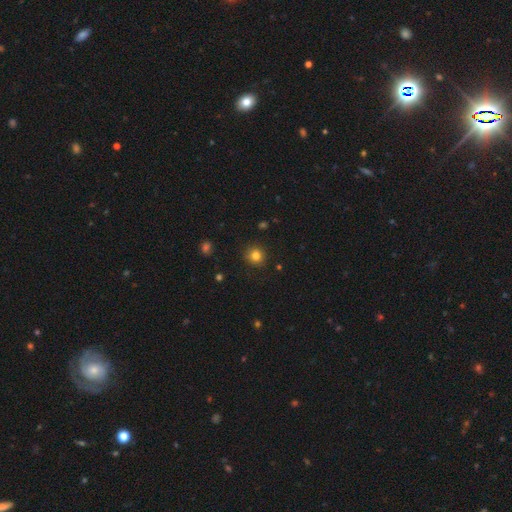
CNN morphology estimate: Smooth or featured? smooth (82%)
How rounded? round (91%)
Merging? none (90%)